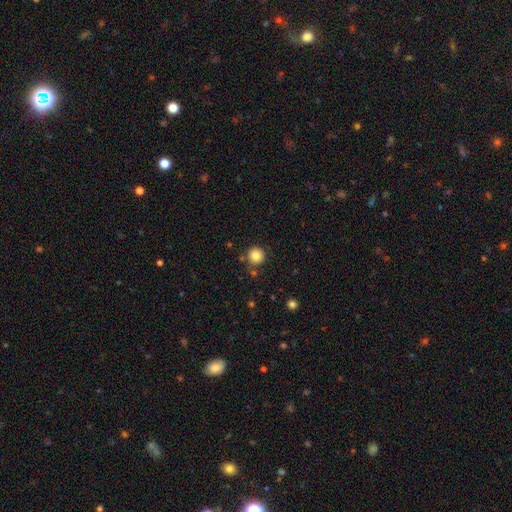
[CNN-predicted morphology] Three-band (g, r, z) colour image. It shows a smooth galaxy with no disk features (85%) that is round (94%). Merging: none (84%).